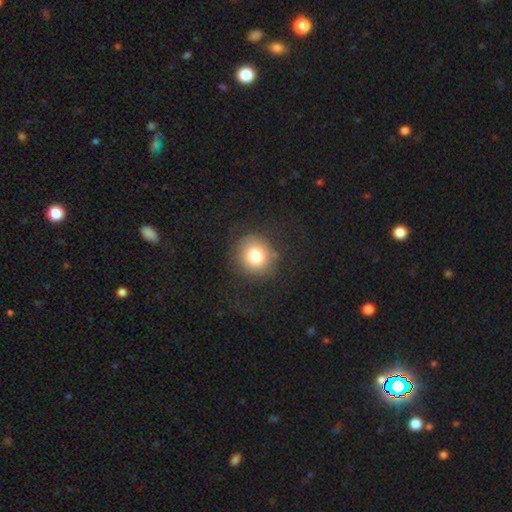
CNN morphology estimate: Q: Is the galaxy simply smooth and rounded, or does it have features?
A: smooth — 79%.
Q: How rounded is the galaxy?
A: round — 88%.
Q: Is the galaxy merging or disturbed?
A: none — 79%.